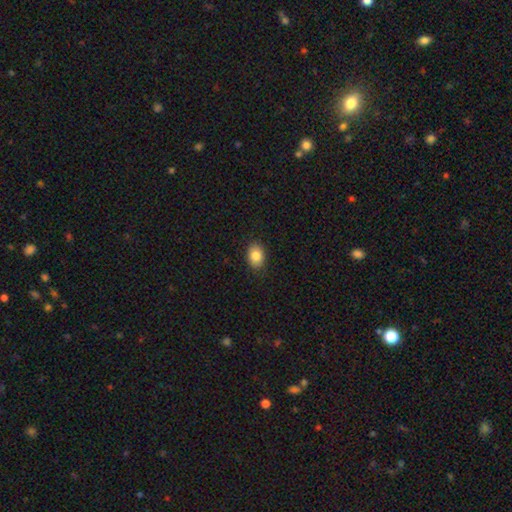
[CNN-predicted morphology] type=smooth (84%); roundness=in between (79%); merging=none (89%).